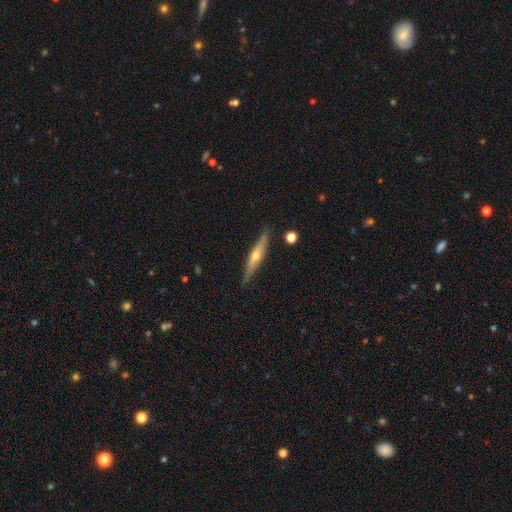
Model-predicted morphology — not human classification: Smooth or featured: featured or disk — 70% (smooth — 23%)
Edge-on disk: yes — 96% (no — 4%)
Edge-on bulge: rounded — 89% (none — 8%)
Merging: none — 87% (minor disturbance — 10%)